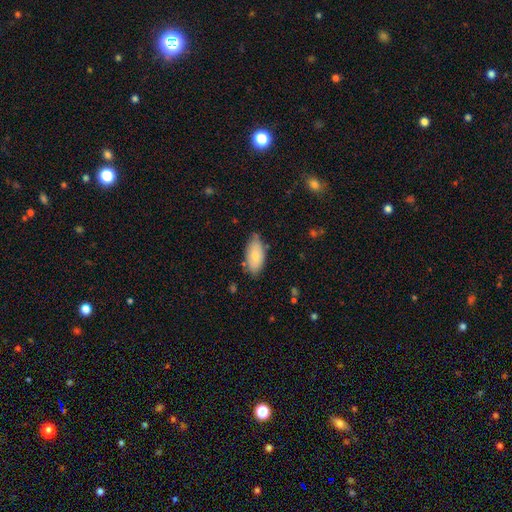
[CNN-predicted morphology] smooth-or-featured: smooth: 74% | featured or disk: 20% | star or artifact: 6%
  how-rounded: in between: 93% | cigar-shaped: 5% | round: 2%
  merging: none: 72% | minor disturbance: 23% | major disturbance: 3% | merger: 2%